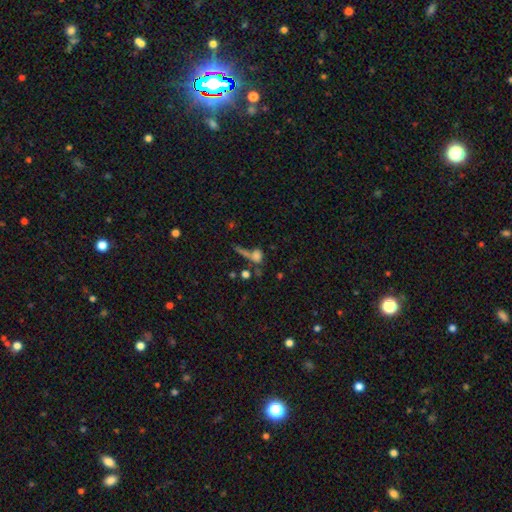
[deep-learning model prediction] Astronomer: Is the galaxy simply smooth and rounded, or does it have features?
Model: smooth — 61%.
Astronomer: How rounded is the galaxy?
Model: round — 51% (runner-up: in between, 33%).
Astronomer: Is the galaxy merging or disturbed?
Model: none — 39% (runner-up: merger, 33%).